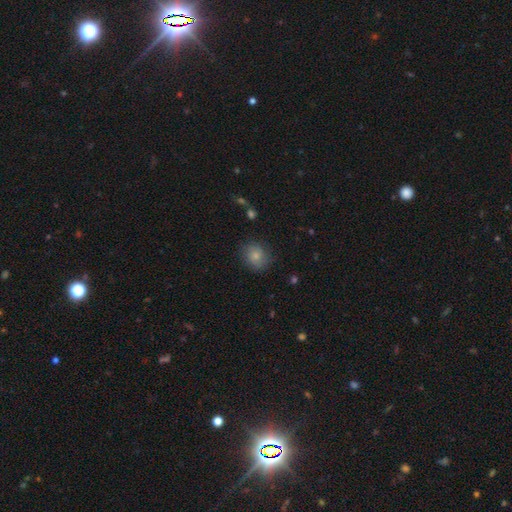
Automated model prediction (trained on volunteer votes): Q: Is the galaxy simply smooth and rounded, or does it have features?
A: smooth — 81%.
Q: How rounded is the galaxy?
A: round — 77%.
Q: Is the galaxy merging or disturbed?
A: none — 78%.